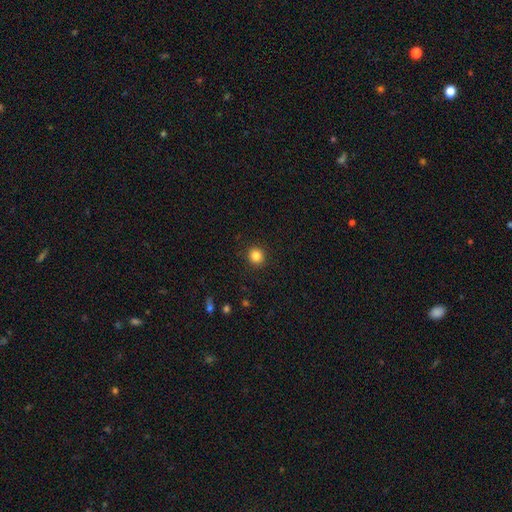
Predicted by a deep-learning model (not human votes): Smooth or featured? Predicted: smooth (p=0.84). How rounded? Predicted: round (p=0.90). Merging? Predicted: none (p=0.92).